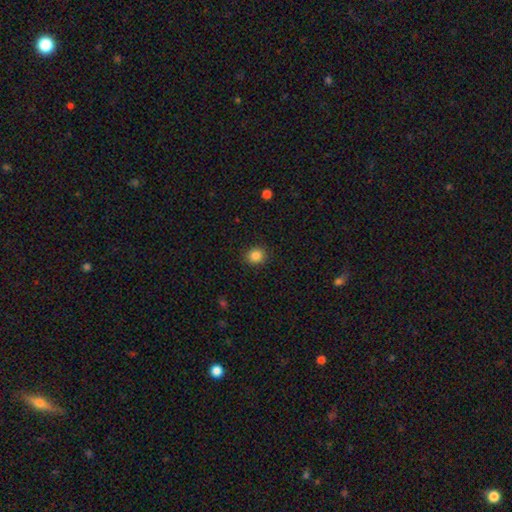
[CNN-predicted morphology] Smooth or featured: smooth — 86% (star or artifact — 10%)
How rounded: round — 81% (in between — 18%)
Merging: none — 90% (minor disturbance — 7%)